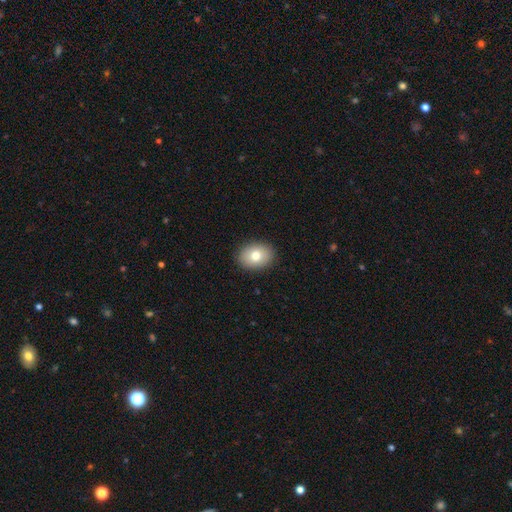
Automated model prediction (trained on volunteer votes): Morphology: type=smooth (79%); roundness=in between (68%); merging=none (90%).